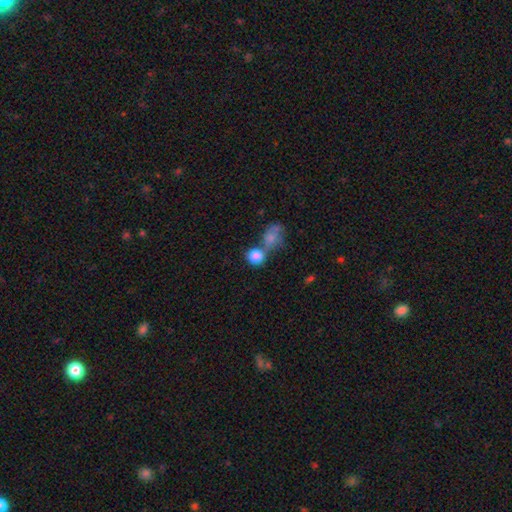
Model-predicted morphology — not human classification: Q: Smooth or featured?
A: smooth (83%); runner-up: star or artifact (9%)
Q: How rounded?
A: round (77%); runner-up: in between (22%)
Q: Merging?
A: merger (45%); runner-up: none (39%)